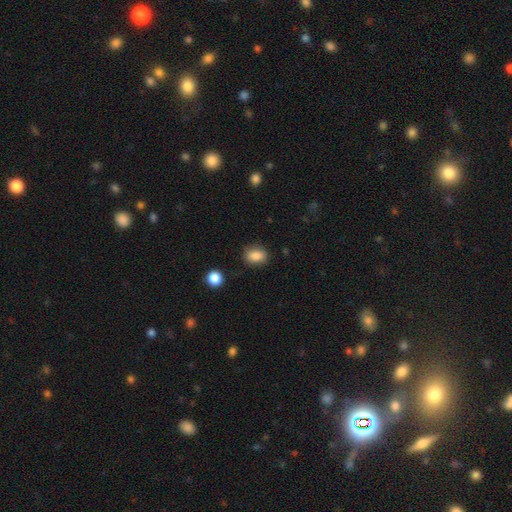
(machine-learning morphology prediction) smooth_or_featured: smooth (p=0.85) [alt: star or artifact p=0.09]
how_rounded: in between (p=0.69) [alt: round p=0.29]
merging: none (p=0.80) [alt: minor disturbance p=0.15]